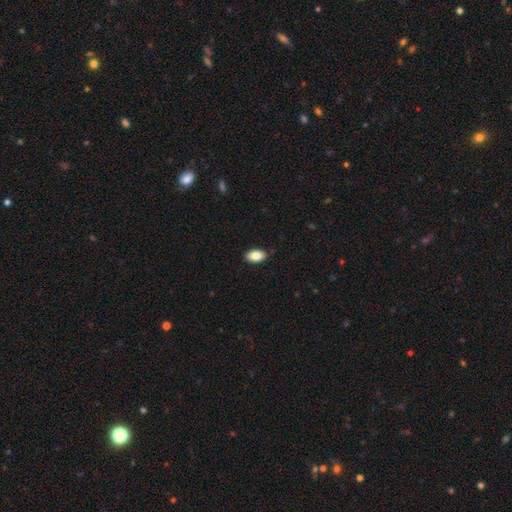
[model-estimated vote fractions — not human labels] This is clearly a smooth galaxy (84%). How rounded: clearly in between (92%). Merging: clearly none (89%).